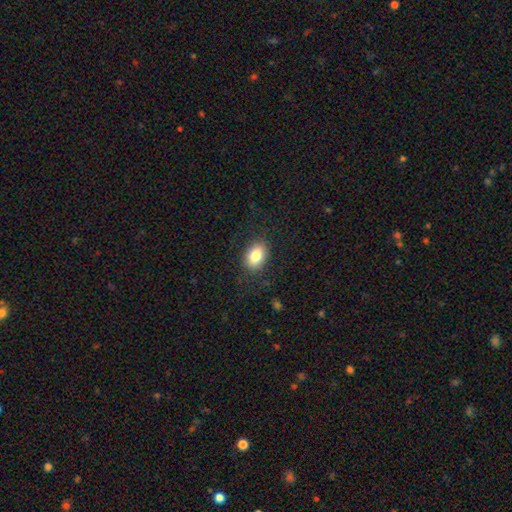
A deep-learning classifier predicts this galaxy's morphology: Smooth or featured? smooth (82%)
How rounded? in between (81%)
Merging? none (84%)